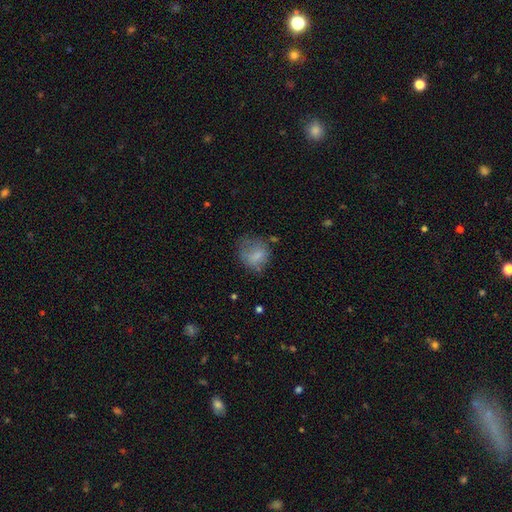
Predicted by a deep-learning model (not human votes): A smooth galaxy with no disk features (71%) that is round (63%). Merging: none (47%).